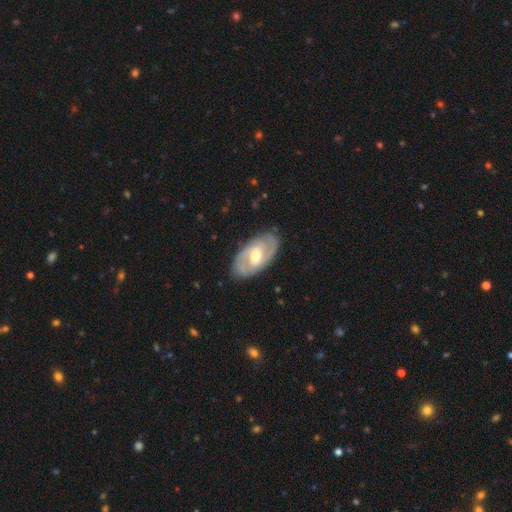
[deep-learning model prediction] A featured or disk galaxy (80%) with a weak bar (49%), 2 (79%) tight (45%) spiral arms (89%) and a moderate central bulge (67%).

Vote fractions:
- Smooth or featured? featured or disk: 80% / smooth: 16% / star or artifact: 4%
- Edge-on disk? no: 94% / yes: 6%
- Bar? weak: 49% / no: 33% / strong: 19%
- Spiral arms? yes: 89% / no: 11%
- Spiral winding? tight: 45% / medium: 42% / loose: 12%
- Spiral arm count? 2: 79% / can't tell: 11% / 3: 5% / 1: 2% / 4: 1% / more than 4: 1%
- Bulge size? moderate: 67% / small: 26% / large: 5% / none: 1% / dominant: 1%
- Merging? none: 84% / minor disturbance: 12% / major disturbance: 3% / merger: 1%